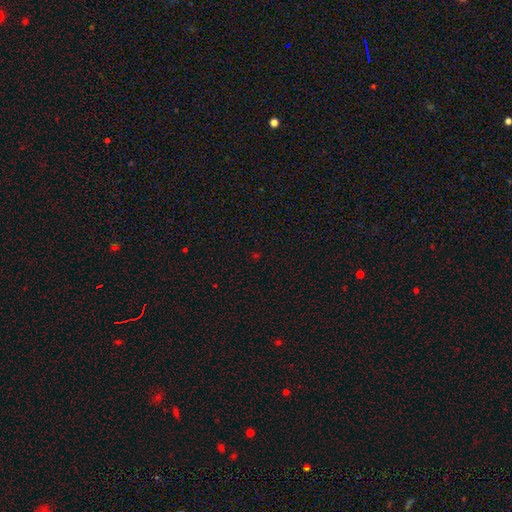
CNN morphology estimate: This is likely a star or artifact rather than a galaxy (61%).